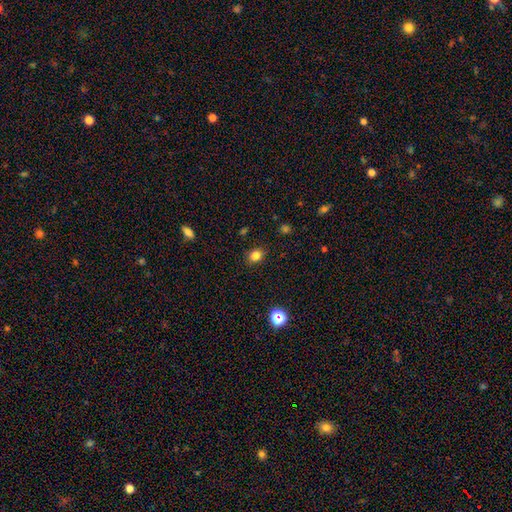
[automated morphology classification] smooth-or-featured: smooth: 81% | star or artifact: 13% | featured or disk: 5%
  how-rounded: round: 51% | in between: 48% | cigar-shaped: 1%
  merging: none: 87% | minor disturbance: 9% | major disturbance: 3% | merger: 1%